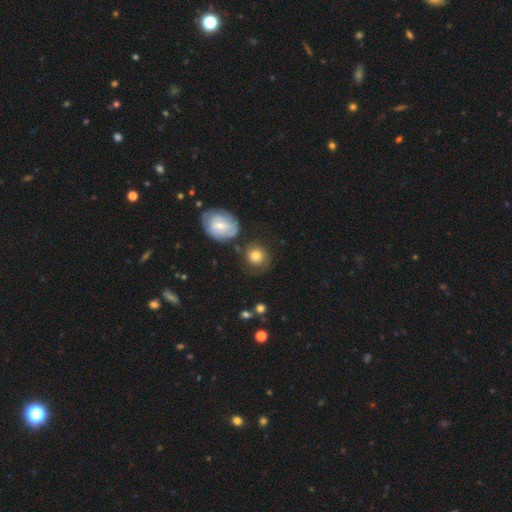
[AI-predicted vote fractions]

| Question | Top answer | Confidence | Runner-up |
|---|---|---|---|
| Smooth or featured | smooth | 73% | featured or disk (18%) |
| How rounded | round | 85% | in between (13%) |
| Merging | none | 69% | minor disturbance (16%) |